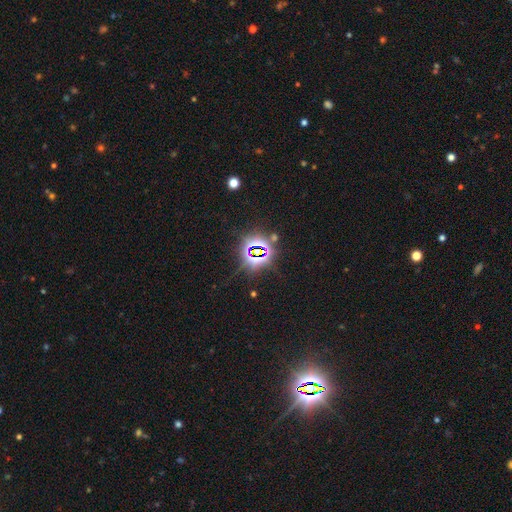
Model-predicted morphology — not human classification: Q: Smooth or featured?
A: star or artifact (84%); runner-up: smooth (10%)